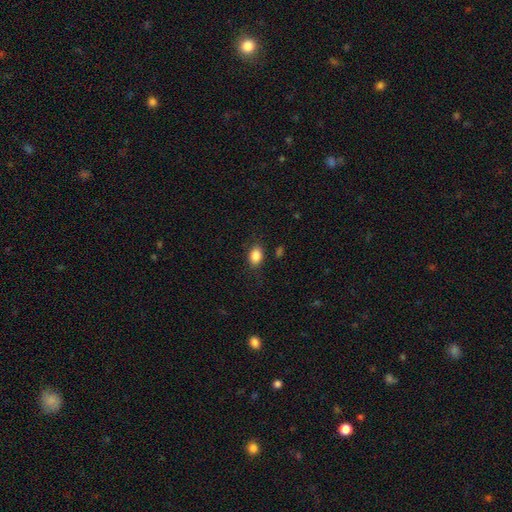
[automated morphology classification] A smooth galaxy with no disk features (85%) that is in between round and cigar-shaped (70%). Merging: none (82%).